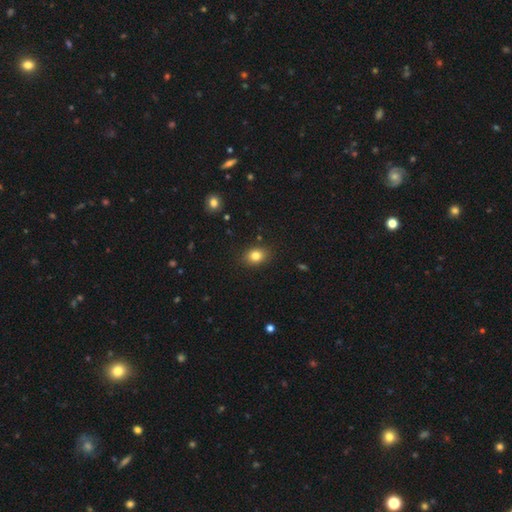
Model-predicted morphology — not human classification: A smooth galaxy with no disk features (82%) that is in between round and cigar-shaped (57%). Merging: none (87%).